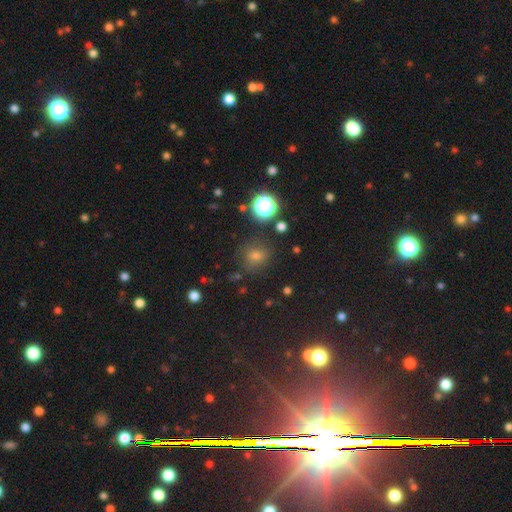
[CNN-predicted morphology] type=smooth (61%); roundness=round (81%); merging=none (81%).